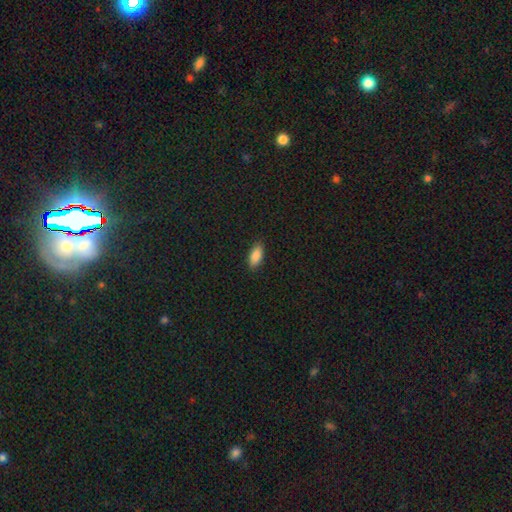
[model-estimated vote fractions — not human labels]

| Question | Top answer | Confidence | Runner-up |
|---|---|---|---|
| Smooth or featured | smooth | 87% | star or artifact (7%) |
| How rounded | in between | 85% | cigar-shaped (12%) |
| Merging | none | 89% | minor disturbance (8%) |